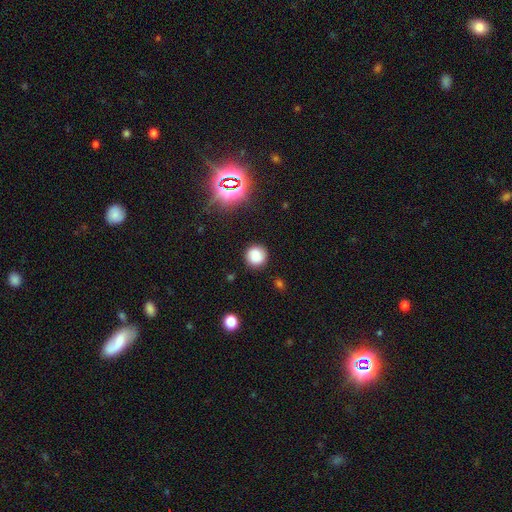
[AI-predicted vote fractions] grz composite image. It shows a smooth galaxy with no disk features (81%) that is round (93%). Merging: none (88%).